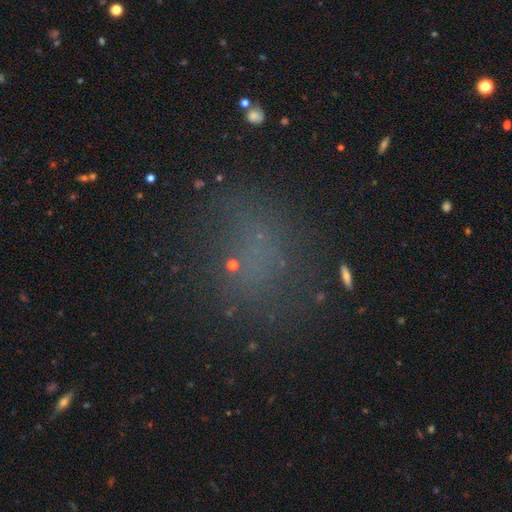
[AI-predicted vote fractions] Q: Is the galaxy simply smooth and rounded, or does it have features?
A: smooth — 46%.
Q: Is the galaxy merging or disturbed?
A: none — 67%.